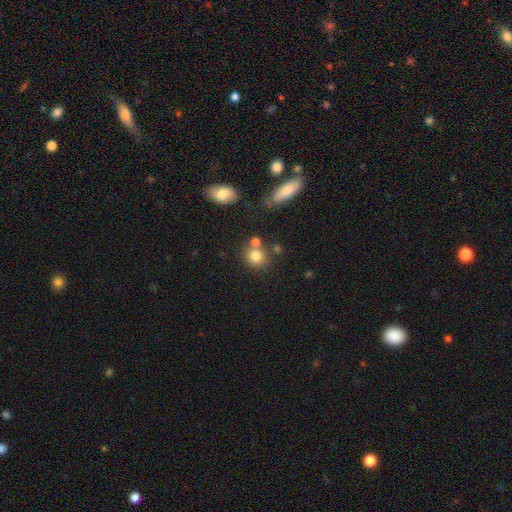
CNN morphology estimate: Q: Smooth or featured?
A: smooth (79%); runner-up: star or artifact (12%)
Q: How rounded?
A: round (82%); runner-up: in between (17%)
Q: Merging?
A: none (64%); runner-up: merger (21%)